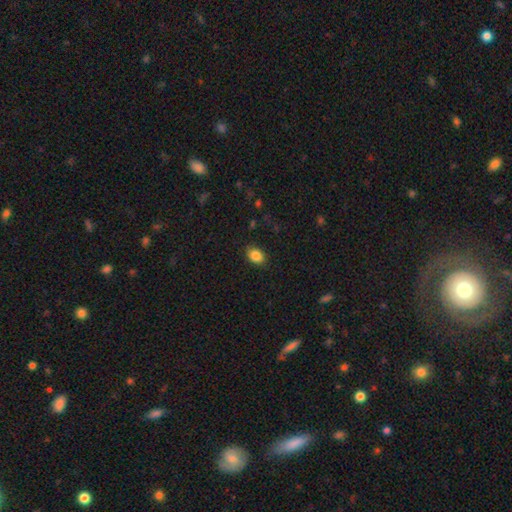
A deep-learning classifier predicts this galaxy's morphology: smooth_or_featured: smooth (p=0.86) [alt: star or artifact p=0.09]
how_rounded: in between (p=0.77) [alt: round p=0.22]
merging: none (p=0.87) [alt: minor disturbance p=0.10]